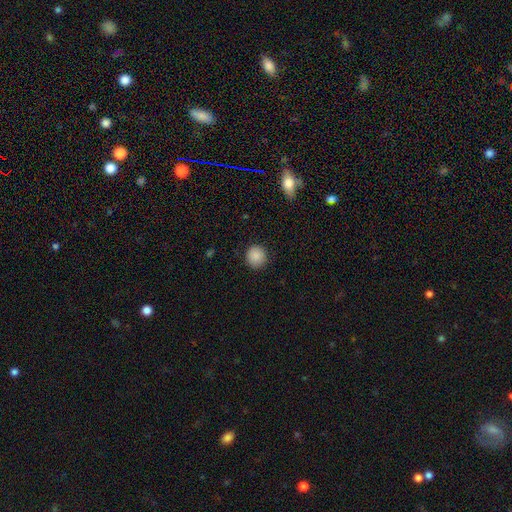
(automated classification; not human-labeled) This appears to be a smooth galaxy with no disk features (88%) that is round (91%). Merging: none (89%).